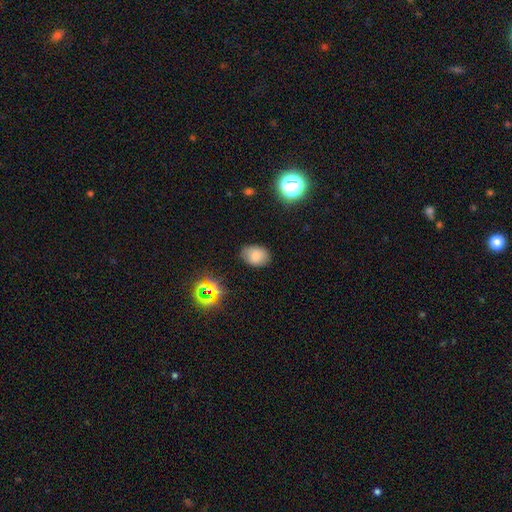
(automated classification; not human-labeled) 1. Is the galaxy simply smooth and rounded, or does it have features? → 76% smooth, 15% star or artifact, 10% featured or disk.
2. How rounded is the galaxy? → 76% in between, 23% round, 1% cigar-shaped.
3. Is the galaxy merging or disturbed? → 81% none, 14% minor disturbance, 3% major disturbance, 2% merger.